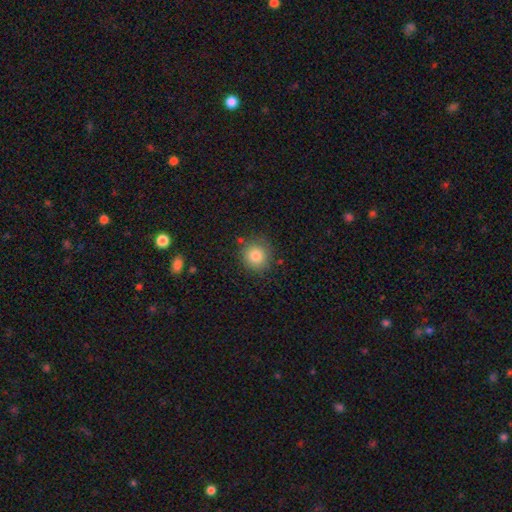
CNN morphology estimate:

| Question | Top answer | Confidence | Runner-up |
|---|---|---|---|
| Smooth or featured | smooth | 83% | star or artifact (10%) |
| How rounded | round | 89% | in between (11%) |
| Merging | none | 82% | minor disturbance (12%) |